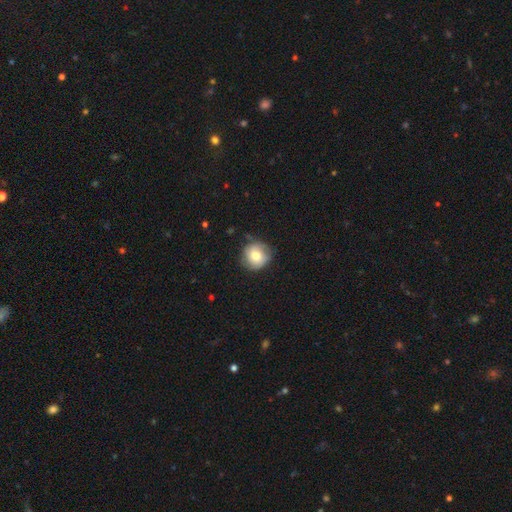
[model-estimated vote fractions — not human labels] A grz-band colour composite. It shows a smooth galaxy with no disk features (62%) that is round (90%). Merging: none (74%).